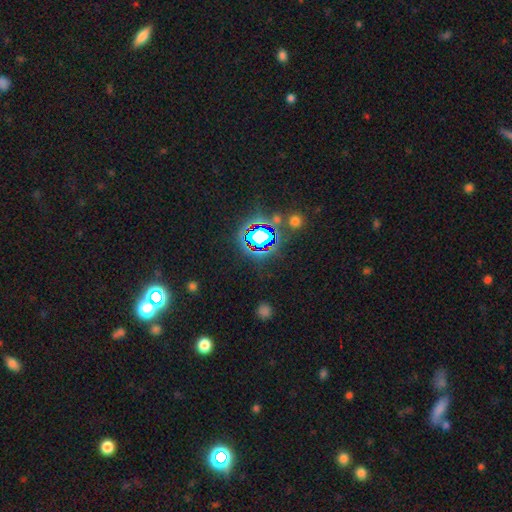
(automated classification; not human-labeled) This is clearly a star or artifact rather than a galaxy (80%).